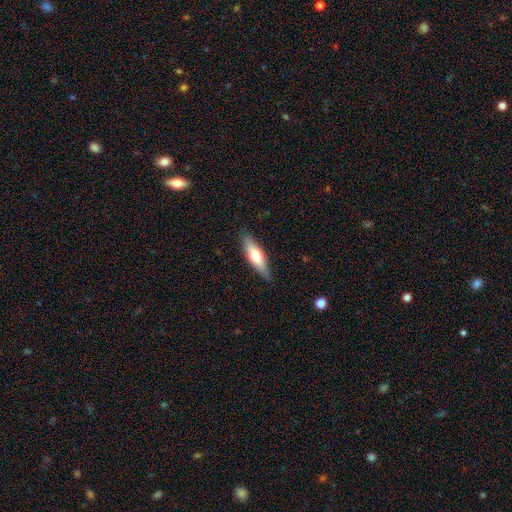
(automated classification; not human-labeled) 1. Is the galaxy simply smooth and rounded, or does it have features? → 54% smooth, 40% featured or disk, 5% star or artifact.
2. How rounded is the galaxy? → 61% cigar-shaped, 37% in between, 2% round.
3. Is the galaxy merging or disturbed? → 87% none, 10% minor disturbance, 2% major disturbance, 1% merger.